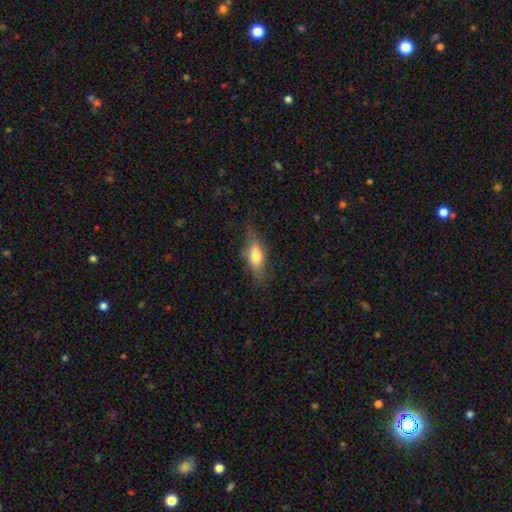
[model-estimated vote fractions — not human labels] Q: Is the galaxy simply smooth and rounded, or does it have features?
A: smooth — 69%.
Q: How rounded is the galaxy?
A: in between — 68%.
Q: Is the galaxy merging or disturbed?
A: none — 67%.